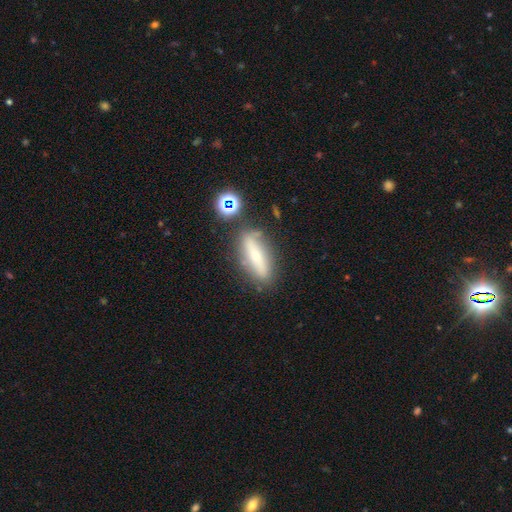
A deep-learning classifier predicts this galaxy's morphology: This is possibly a smooth galaxy (49%). Merging: likely none (73%).